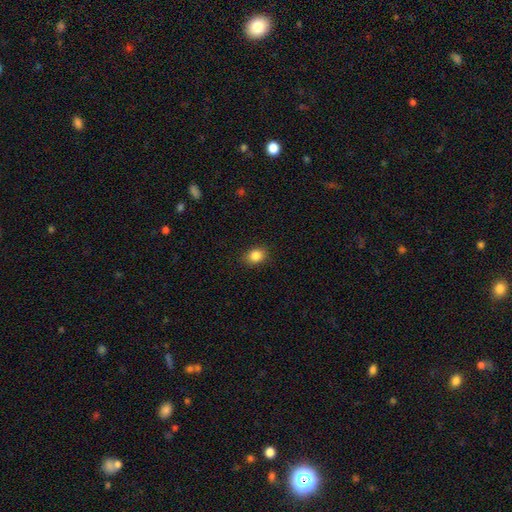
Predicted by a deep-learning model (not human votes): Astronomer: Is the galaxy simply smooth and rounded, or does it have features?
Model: smooth — 85%.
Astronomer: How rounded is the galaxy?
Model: in between — 54% (runner-up: round, 45%).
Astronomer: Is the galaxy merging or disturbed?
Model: none — 88%.